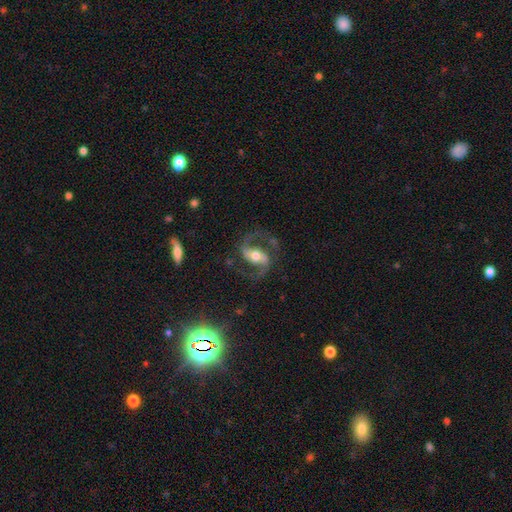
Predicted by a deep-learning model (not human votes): featured or disk 89%, smooth 6%, star or artifact 5%. Down the decision tree: edge-on disk — no (97%); bar — strong (40%); spiral arms — yes (97%); spiral arm count — 2 (94%); spiral winding — medium (60%); bulge size — moderate (69%); merging — none (77%).